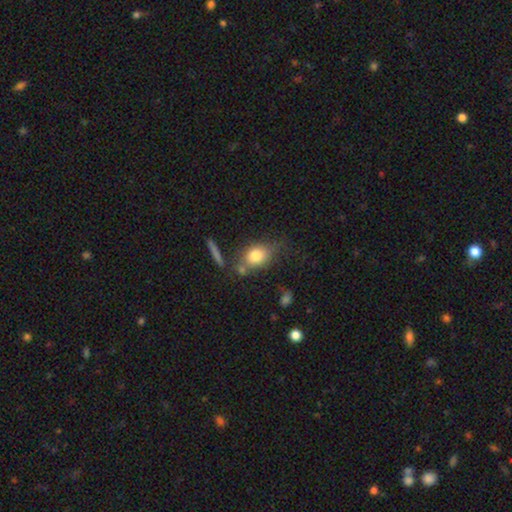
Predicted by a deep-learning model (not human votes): Smooth or featured? smooth (77%)
How rounded? in between (62%)
Merging? none (57%)